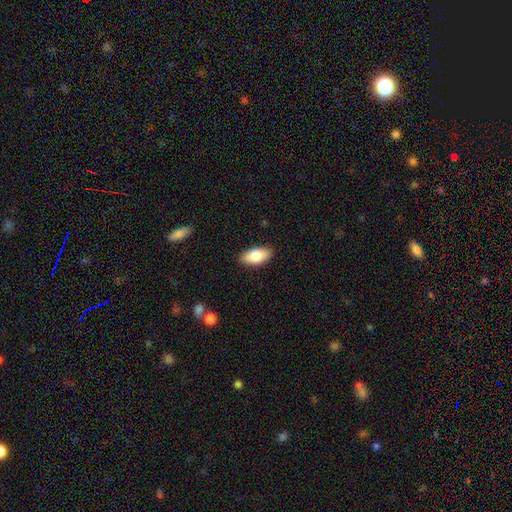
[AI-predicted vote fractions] Morphology: type=smooth (81%); roundness=in between (91%); merging=none (88%).